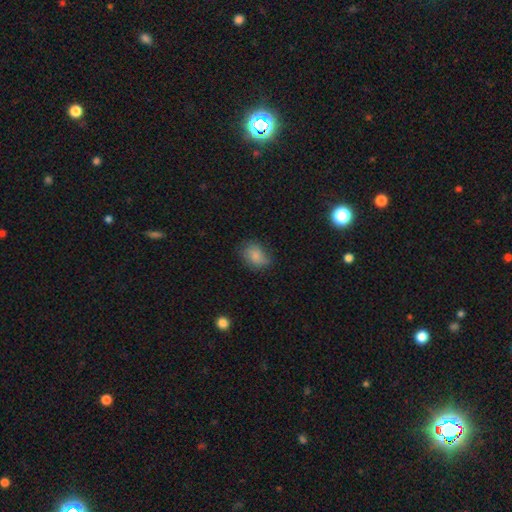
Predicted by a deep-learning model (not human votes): Smooth or featured? Predicted: smooth (p=0.80). How rounded? Predicted: in between (p=0.73). Merging? Predicted: none (p=0.67).